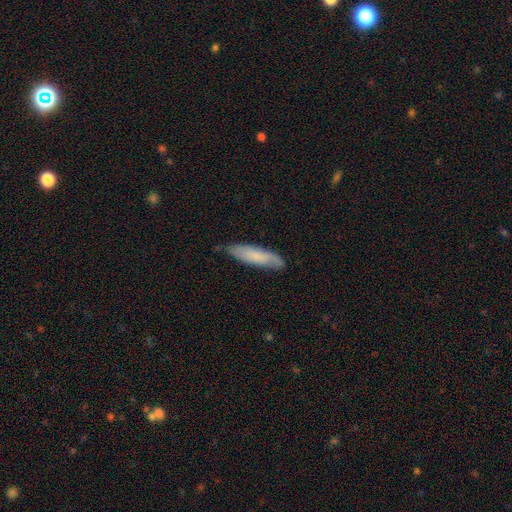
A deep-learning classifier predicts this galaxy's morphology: Smooth or featured? smooth (68%)
How rounded? cigar-shaped (68%)
Merging? none (74%)